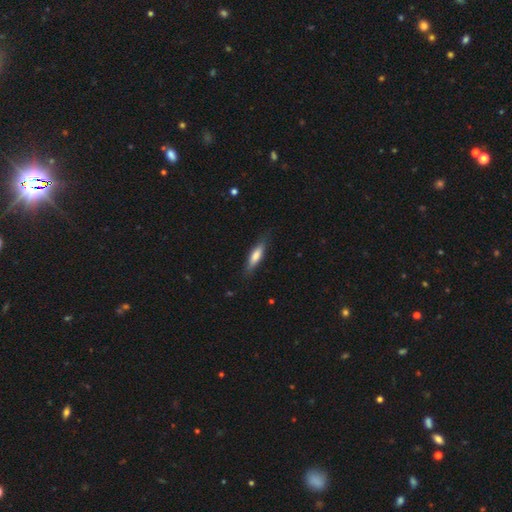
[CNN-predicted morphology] Q: Smooth or featured?
A: smooth (70%); runner-up: featured or disk (24%)
Q: How rounded?
A: cigar-shaped (65%); runner-up: in between (33%)
Q: Merging?
A: none (81%); runner-up: minor disturbance (15%)